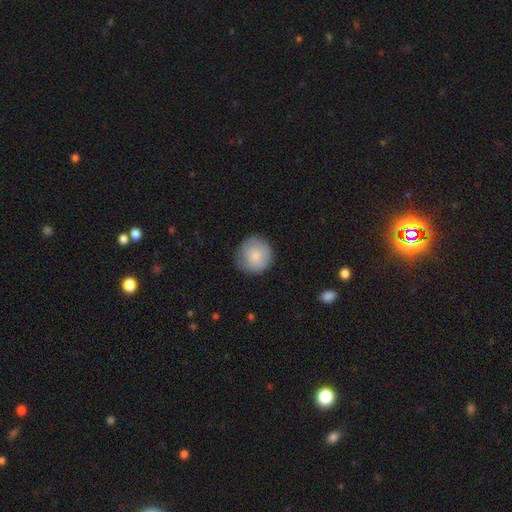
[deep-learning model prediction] A smooth galaxy with no disk features (80%) that is round (93%). Merging: none (79%).